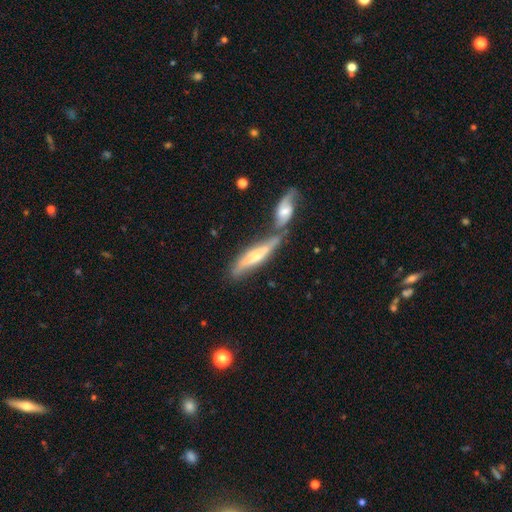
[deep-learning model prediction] Q: Smooth or featured?
A: featured or disk (57%); runner-up: smooth (37%)
Q: Edge-on disk?
A: yes (65%); runner-up: no (35%)
Q: Merging?
A: merger (50%); runner-up: none (33%)